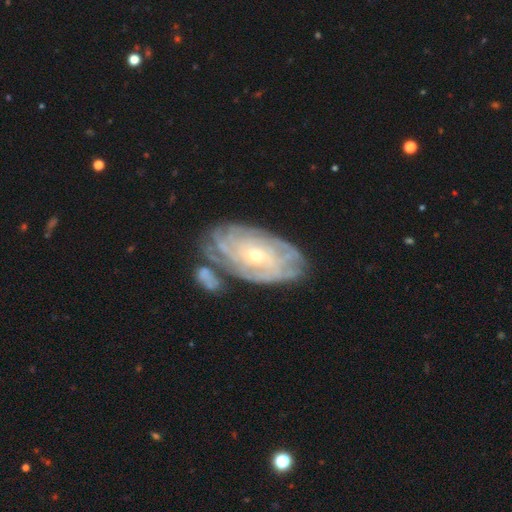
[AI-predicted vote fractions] Morphology: type=featured or disk (81%); edge-on=no (94%); bar=no (74%); spiral arms=yes (89%); winding=tight (78%); arm count=can't tell (51%); bulge=small (68%); merging=none (61%).